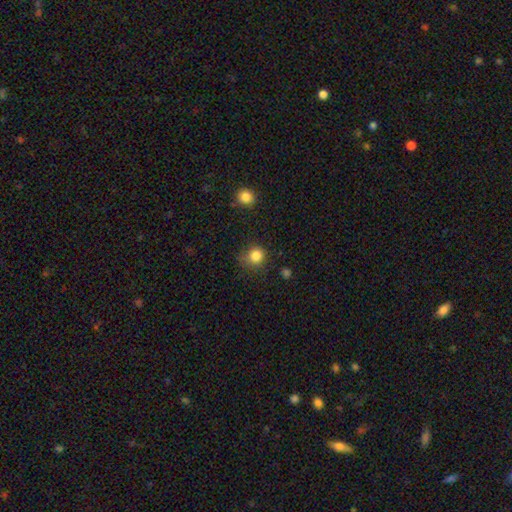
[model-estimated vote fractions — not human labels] Overall: smooth (84%). How rounded: round (84%). Merging: none (70%).